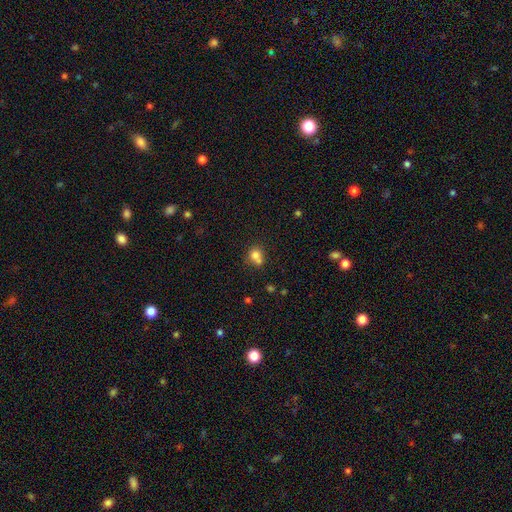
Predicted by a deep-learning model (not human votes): smooth_or_featured: smooth (p=0.76) [alt: star or artifact p=0.12]
how_rounded: round (p=0.70) [alt: in between p=0.28]
merging: none (p=0.41) [alt: merger p=0.39]